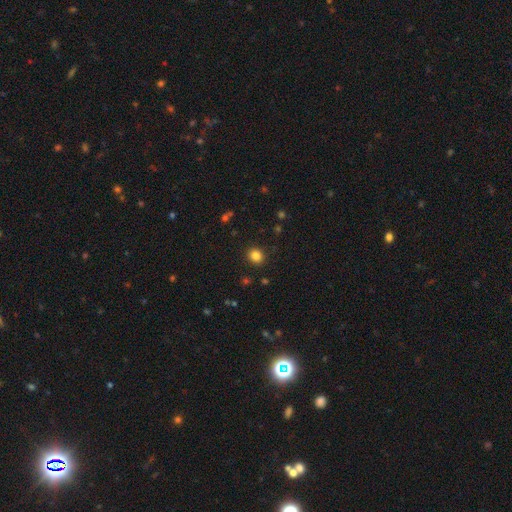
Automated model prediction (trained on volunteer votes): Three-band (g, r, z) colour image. It shows a smooth galaxy with no disk features (83%) that is round (80%). Merging: none (90%).